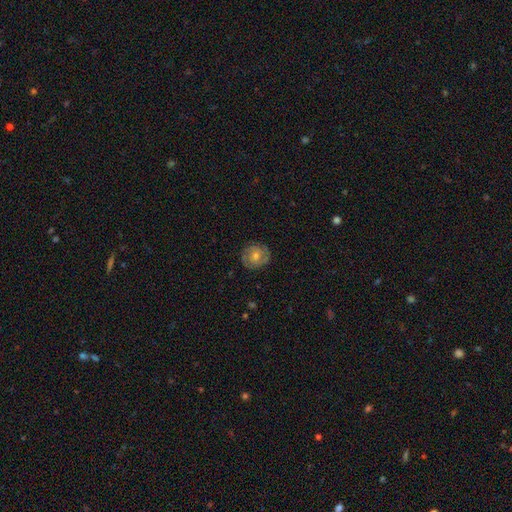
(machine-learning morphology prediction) Smooth or featured? Predicted: featured or disk (p=0.60). Edge-on disk? Predicted: no (p=0.97). Bar? Predicted: no (p=0.71). Spiral arms? Predicted: yes (p=0.78). Bulge size? Predicted: moderate (p=0.60). Merging? Predicted: none (p=0.85).